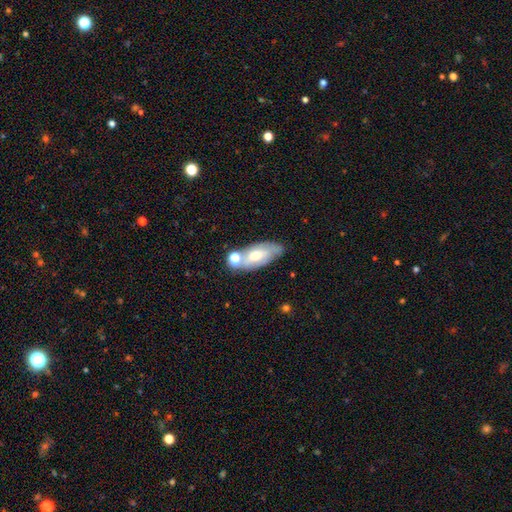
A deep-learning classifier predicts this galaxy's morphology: Smooth or featured? smooth (48%)
Merging? none (51%)